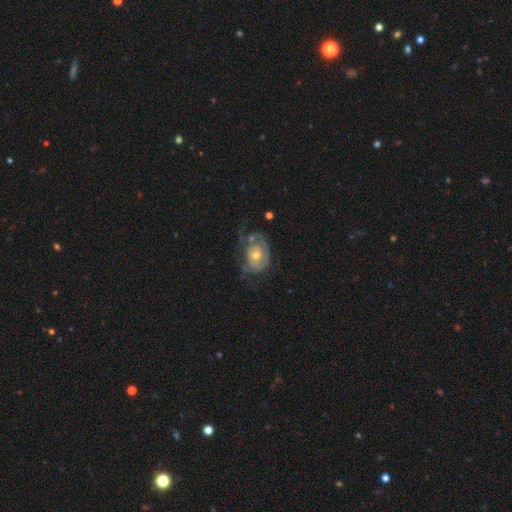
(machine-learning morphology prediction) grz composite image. It shows a featured or disk galaxy (68%) with no bar (82%), spiral arms (67%) and a moderate central bulge (64%). Merging: none (39%).